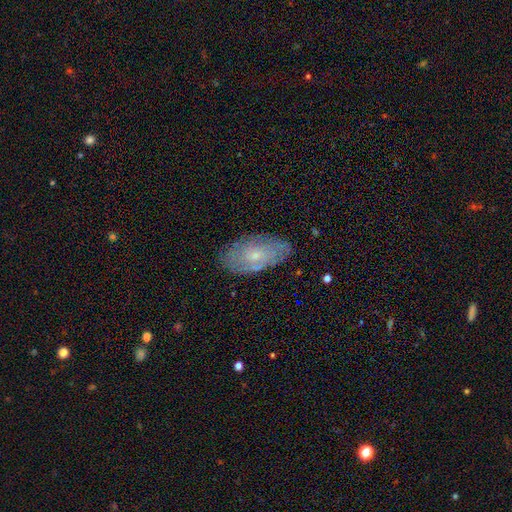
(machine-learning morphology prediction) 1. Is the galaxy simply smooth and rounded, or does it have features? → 58% featured or disk, 34% smooth, 8% star or artifact.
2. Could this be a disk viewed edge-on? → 93% no, 7% yes.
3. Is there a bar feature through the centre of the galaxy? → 75% no, 22% weak, 3% strong.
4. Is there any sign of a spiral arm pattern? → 74% yes, 26% no.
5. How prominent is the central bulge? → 71% small, 23% moderate, 4% none, 1% large, 1% dominant.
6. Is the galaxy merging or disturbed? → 78% none, 17% minor disturbance, 4% major disturbance, 1% merger.